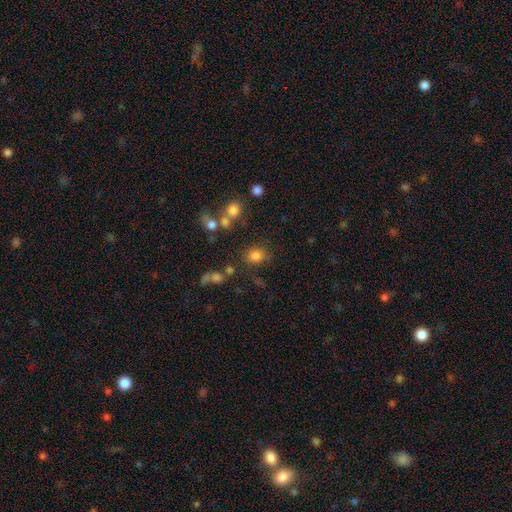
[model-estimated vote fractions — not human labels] A smooth galaxy with no disk features (79%) that is round (62%).

Vote fractions:
- Smooth or featured? smooth: 79% / star or artifact: 14% / featured or disk: 7%
- How rounded? round: 62% / in between: 36% / cigar-shaped: 1%
- Merging? none: 73% / minor disturbance: 13% / merger: 8% / major disturbance: 6%